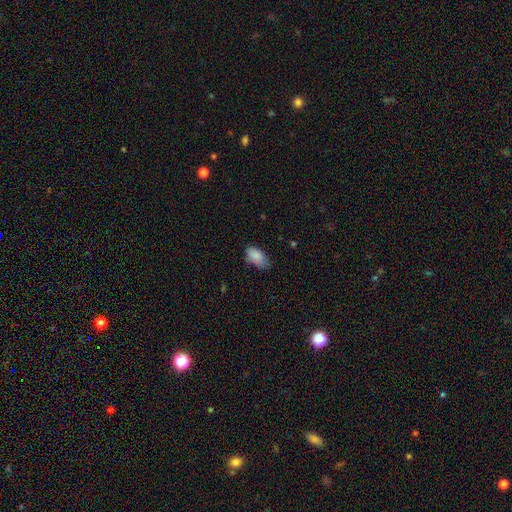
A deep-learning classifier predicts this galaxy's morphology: type=smooth (85%); roundness=in between (93%); merging=none (58%).